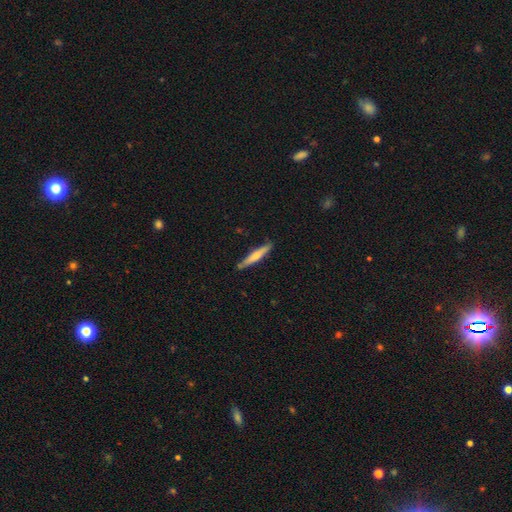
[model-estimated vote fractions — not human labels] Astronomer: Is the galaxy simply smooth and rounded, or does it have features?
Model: smooth — 60% (runner-up: featured or disk, 35%).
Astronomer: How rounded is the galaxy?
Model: cigar-shaped — 93%.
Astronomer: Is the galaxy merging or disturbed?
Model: none — 84%.